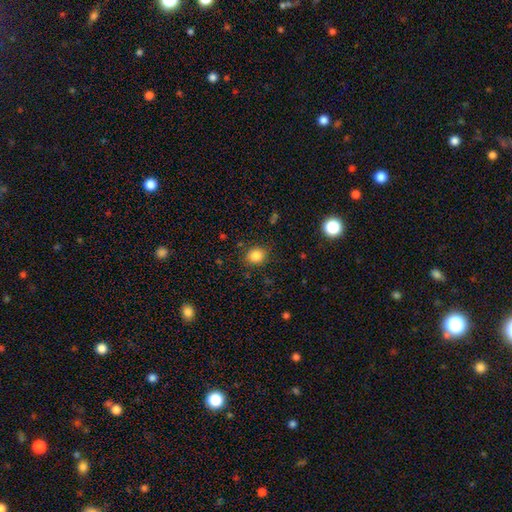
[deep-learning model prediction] Smooth or featured? Predicted: smooth (p=0.84). How rounded? Predicted: round (p=0.76). Merging? Predicted: none (p=0.86).